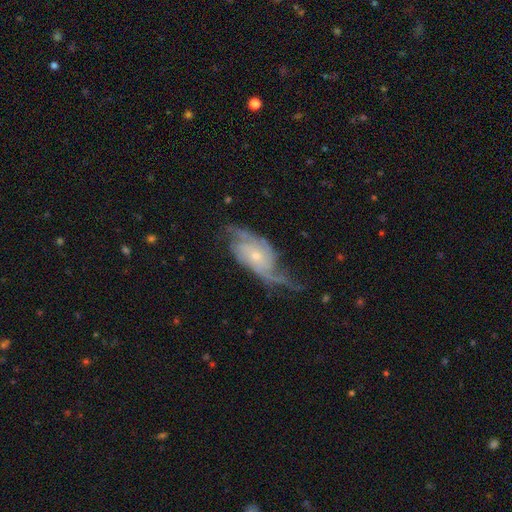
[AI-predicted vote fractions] The model was most divided on "spiral winding": medium: 43%, loose: 29%, tight: 28%. More confident: spiral arms — yes (95%); edge-on disk — no (94%); smooth or featured — featured or disk (84%); bar — no (69%); bulge size — small (69%); spiral arm count — 2 (56%); merging — none (55%).